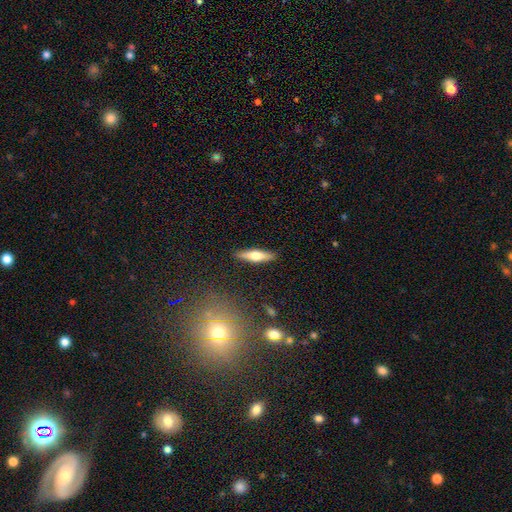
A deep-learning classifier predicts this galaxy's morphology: smooth_or_featured: smooth (p=0.50) [alt: featured or disk p=0.44]
how_rounded: cigar-shaped (p=0.71) [alt: in between p=0.27]
merging: none (p=0.90) [alt: minor disturbance p=0.07]